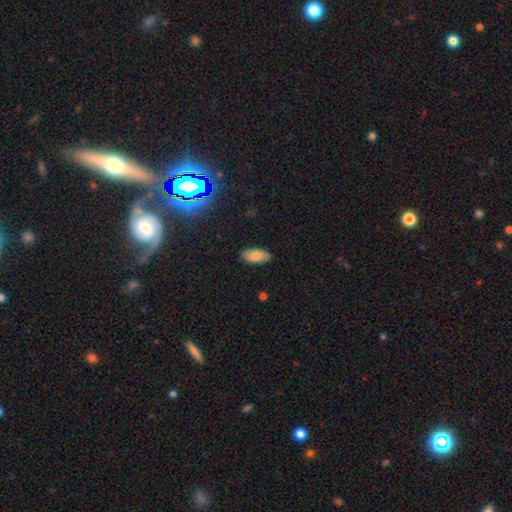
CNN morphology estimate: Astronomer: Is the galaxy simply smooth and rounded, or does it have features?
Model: smooth — 81%.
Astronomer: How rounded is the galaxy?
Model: in between — 91%.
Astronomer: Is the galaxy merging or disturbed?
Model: none — 86%.